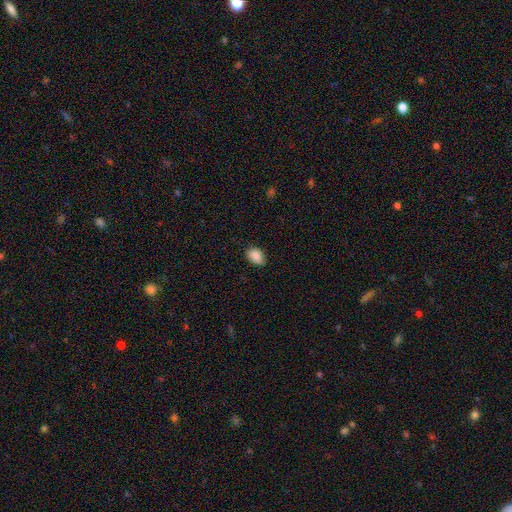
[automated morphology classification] This appears to be a smooth galaxy with no disk features (87%) that is in between round and cigar-shaped (83%). Merging: none (80%).